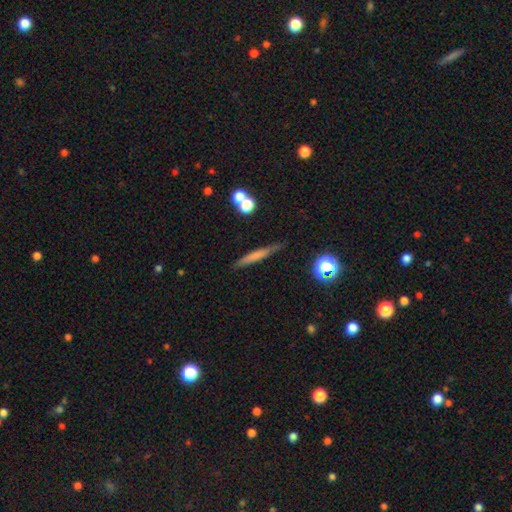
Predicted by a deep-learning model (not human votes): The model was most divided on "smooth or featured": smooth: 60%, featured or disk: 32%, star or artifact: 8%. More confident: how rounded — cigar-shaped (92%); merging — none (81%).